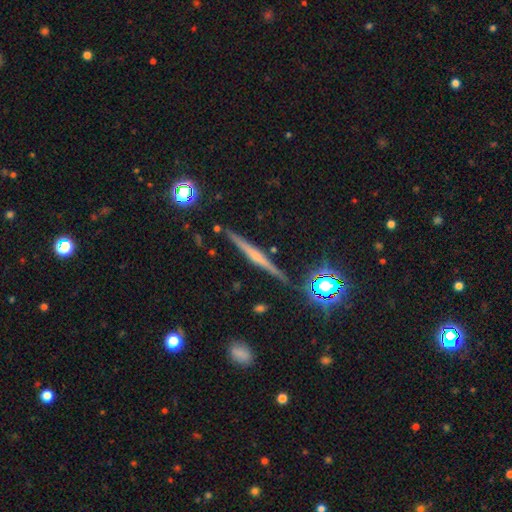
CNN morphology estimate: A featured or disk galaxy (67%) viewed edge-on (98%) with a rounded central bulge (67%).

Vote fractions:
- Smooth or featured? featured or disk: 67% / smooth: 20% / star or artifact: 13%
- Edge-on disk? yes: 98% / no: 2%
- Edge-on bulge? rounded: 67% / none: 26% / boxy: 8%
- Merging? none: 89% / minor disturbance: 7% / merger: 2% / major disturbance: 2%